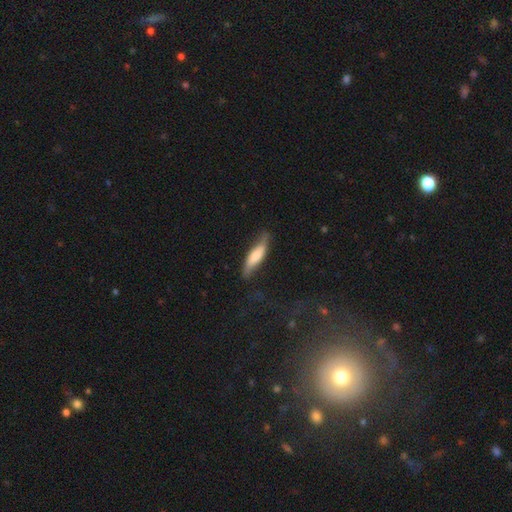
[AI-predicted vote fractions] A smooth galaxy with no disk features (61%) that is cigar-shaped (71%).

Vote fractions:
- Smooth or featured? smooth: 61% / featured or disk: 33% / star or artifact: 6%
- How rounded? cigar-shaped: 71% / in between: 27% / round: 2%
- Merging? none: 65% / minor disturbance: 26% / major disturbance: 7% / merger: 2%